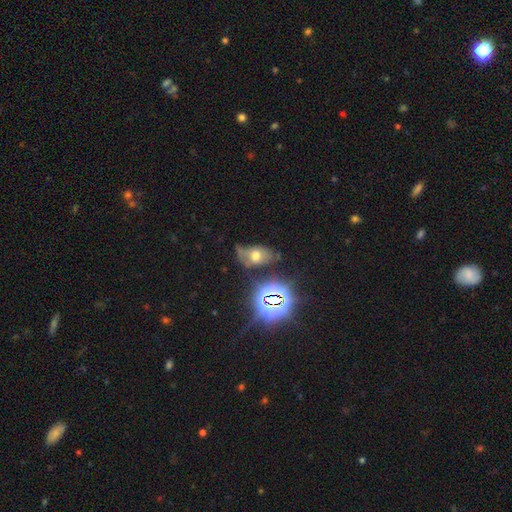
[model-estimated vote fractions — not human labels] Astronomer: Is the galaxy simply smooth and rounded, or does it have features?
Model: smooth — 48% (runner-up: star or artifact, 27%).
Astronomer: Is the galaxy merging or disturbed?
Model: none — 48% (runner-up: minor disturbance, 29%).